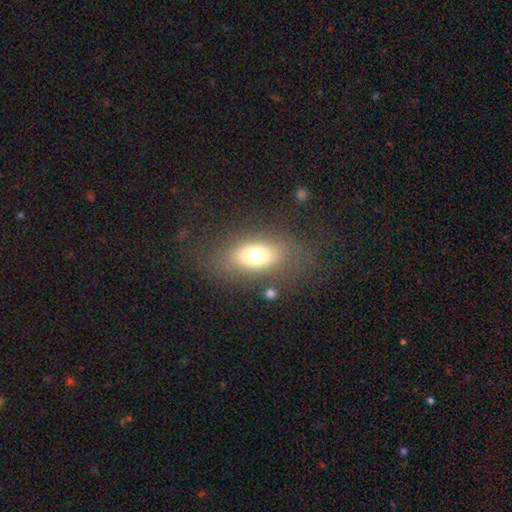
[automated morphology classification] Smooth or featured?
  - smooth: 70% *
  - featured or disk: 20%
  - star or artifact: 11%
How rounded?
  - in between: 82% *
  - round: 11%
  - cigar-shaped: 7%
Merging?
  - none: 74% *
  - minor disturbance: 14%
  - major disturbance: 9%
  - merger: 3%